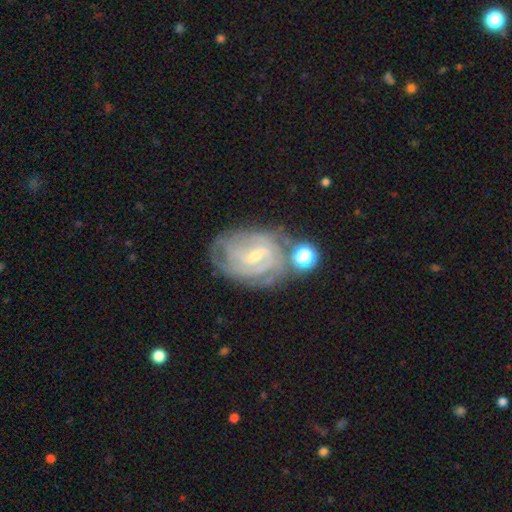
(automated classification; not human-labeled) This appears to be a featured or disk galaxy (85%) with a weak bar (54%), tight (71%) spiral arms (96%) and a small central bulge (62%). Merging: none (64%).